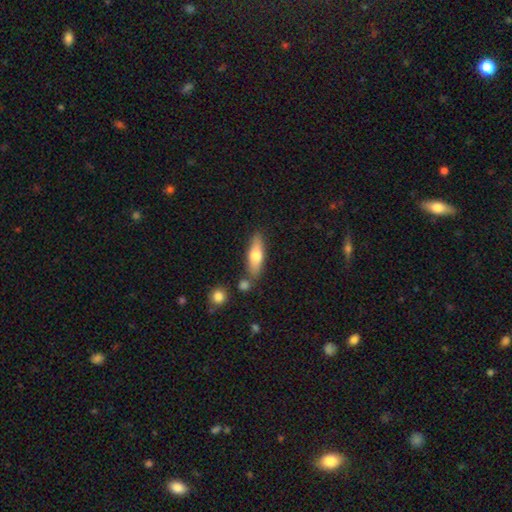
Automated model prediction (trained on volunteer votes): The model was most divided on "how rounded": cigar-shaped: 50%, in between: 47%, round: 3%. More confident: merging — none (76%); smooth or featured — smooth (61%).